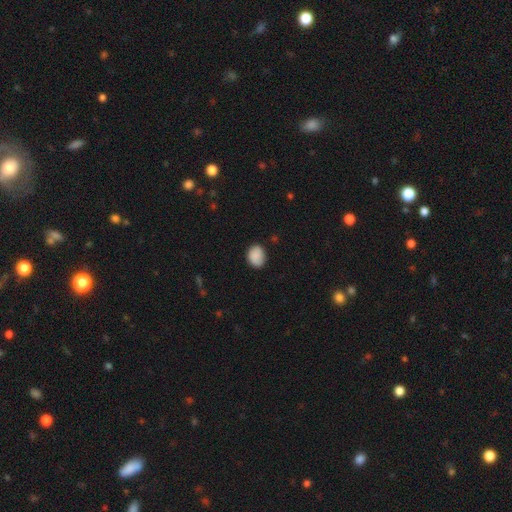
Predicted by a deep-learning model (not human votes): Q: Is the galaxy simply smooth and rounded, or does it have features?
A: smooth — 86%.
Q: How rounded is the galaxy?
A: round — 51%.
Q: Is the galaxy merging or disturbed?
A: none — 78%.